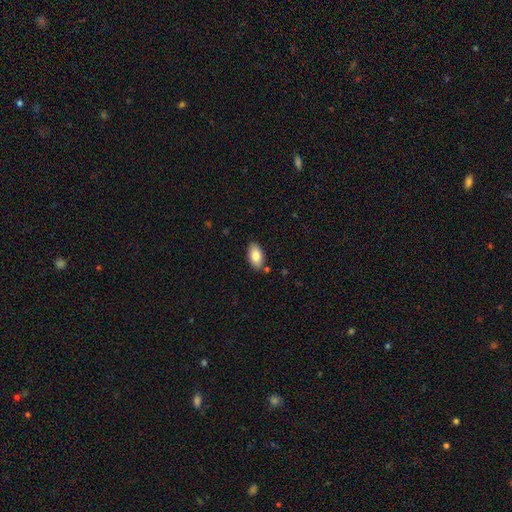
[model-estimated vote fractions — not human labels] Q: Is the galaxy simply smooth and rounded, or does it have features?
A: smooth — 83%.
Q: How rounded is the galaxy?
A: in between — 94%.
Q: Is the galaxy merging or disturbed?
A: none — 84%.